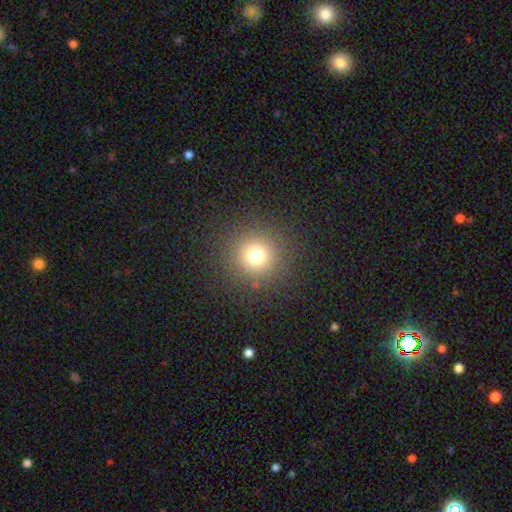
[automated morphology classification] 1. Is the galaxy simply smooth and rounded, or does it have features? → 72% smooth, 20% star or artifact, 9% featured or disk.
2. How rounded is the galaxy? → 95% round, 4% in between, 1% cigar-shaped.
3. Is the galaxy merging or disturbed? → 89% none, 6% minor disturbance, 4% major disturbance, 1% merger.